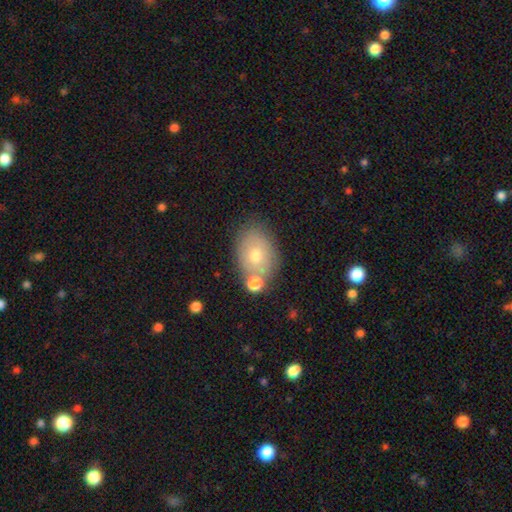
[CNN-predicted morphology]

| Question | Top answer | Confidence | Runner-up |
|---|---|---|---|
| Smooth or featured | smooth | 66% | featured or disk (24%) |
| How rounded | in between | 74% | round (25%) |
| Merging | none | 70% | minor disturbance (15%) |